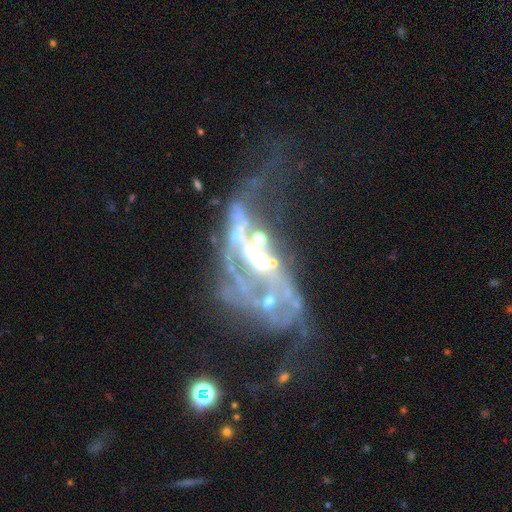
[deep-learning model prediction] smooth_or_featured: featured or disk (p=0.75) [alt: star or artifact p=0.16]
disk_edge_on: no (p=0.94) [alt: yes p=0.06]
bar: no (p=0.68) [alt: weak p=0.20]
has_spiral_arms: no (p=0.60) [alt: yes p=0.40]
bulge_size: moderate (p=0.37) [alt: small p=0.31]
merging: major disturbance (p=0.41) [alt: merger p=0.33]